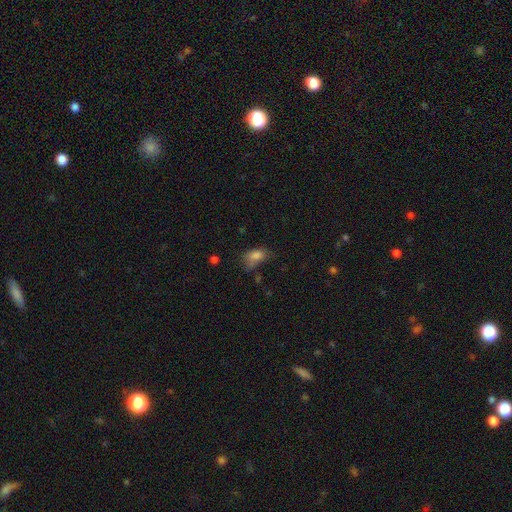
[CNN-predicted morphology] Smooth or featured: smooth — 79% (star or artifact — 11%)
How rounded: in between — 86% (round — 11%)
Merging: none — 40% (minor disturbance — 32%)